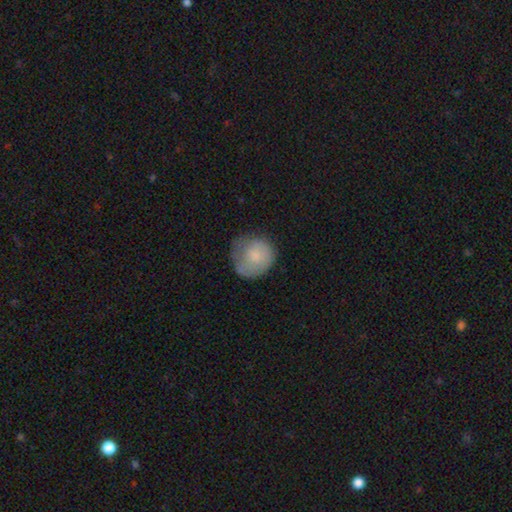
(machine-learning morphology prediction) This appears to be a smooth galaxy with no disk features (74%) that is round (83%). Merging: none (50%).